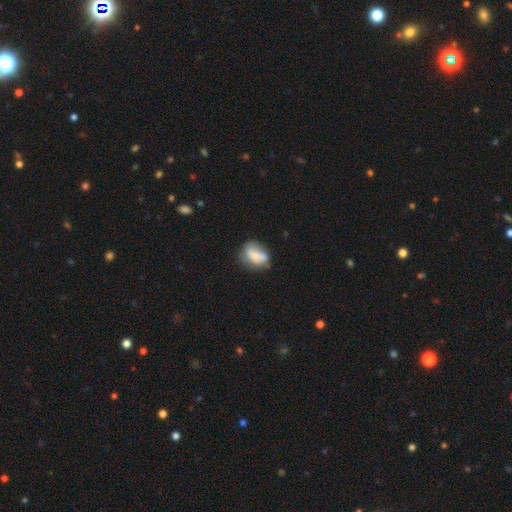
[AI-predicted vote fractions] Smooth or featured?
  - smooth: 69% *
  - featured or disk: 23%
  - star or artifact: 8%
How rounded?
  - in between: 71% *
  - round: 27%
  - cigar-shaped: 2%
Merging?
  - none: 48% *
  - minor disturbance: 30%
  - major disturbance: 11%
  - merger: 10%